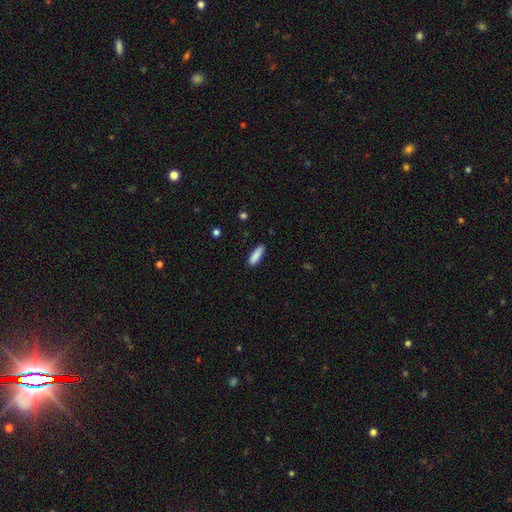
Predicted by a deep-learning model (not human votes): smooth_or_featured: smooth (p=0.88) [alt: star or artifact p=0.06]
how_rounded: cigar-shaped (p=0.58) [alt: in between p=0.41]
merging: none (p=0.86) [alt: minor disturbance p=0.11]